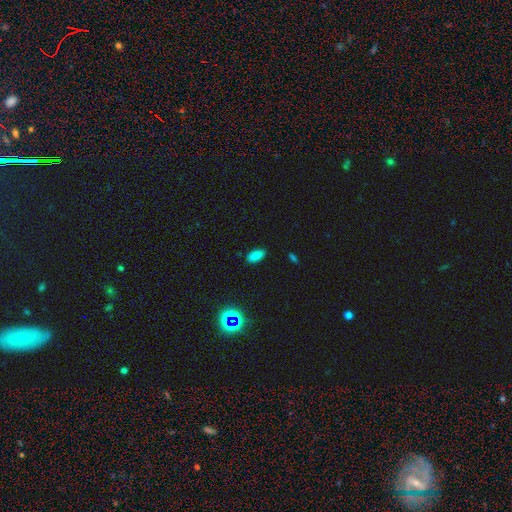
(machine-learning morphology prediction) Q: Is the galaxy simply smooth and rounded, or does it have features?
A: smooth — 80%.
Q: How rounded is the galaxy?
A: in between — 90%.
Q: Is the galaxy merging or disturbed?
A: none — 86%.